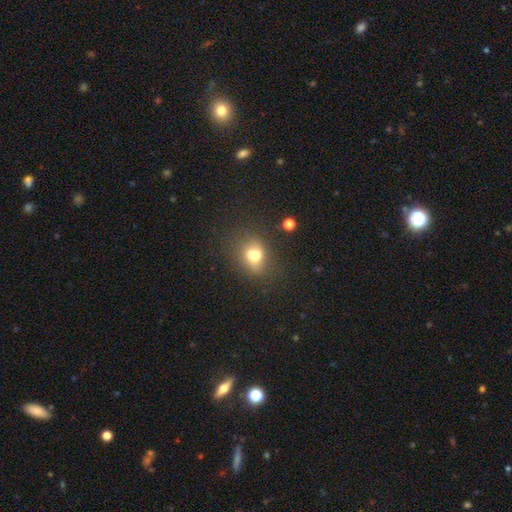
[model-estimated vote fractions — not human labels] This is likely a smooth galaxy (66%). How rounded: possibly round (50%). Merging: marginally none (41%).